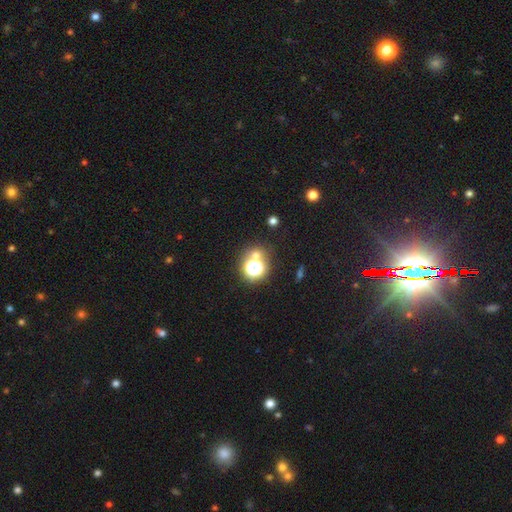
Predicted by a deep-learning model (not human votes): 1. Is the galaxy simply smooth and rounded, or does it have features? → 47% smooth, 44% star or artifact, 9% featured or disk.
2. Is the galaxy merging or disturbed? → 67% none, 19% merger, 9% minor disturbance, 5% major disturbance.